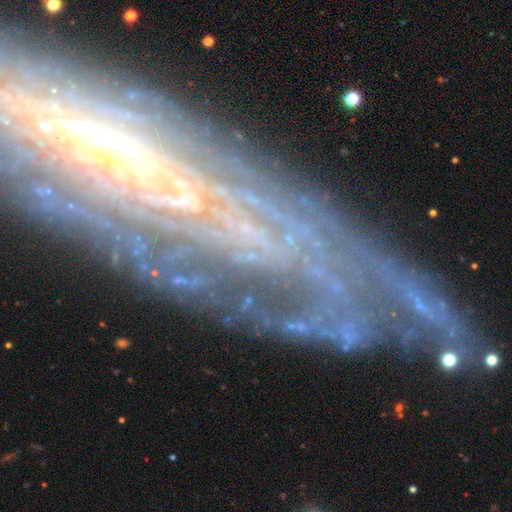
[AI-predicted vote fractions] Smooth or featured? Predicted: featured or disk (p=0.75). Edge-on disk? Predicted: no (p=0.87). Bar? Predicted: no (p=0.54). Spiral arms? Predicted: yes (p=0.88). Spiral winding? Predicted: tight (p=0.70). Spiral arm count? Predicted: can't tell (p=0.41). Bulge size? Predicted: small (p=0.55). Merging? Predicted: none (p=0.66).